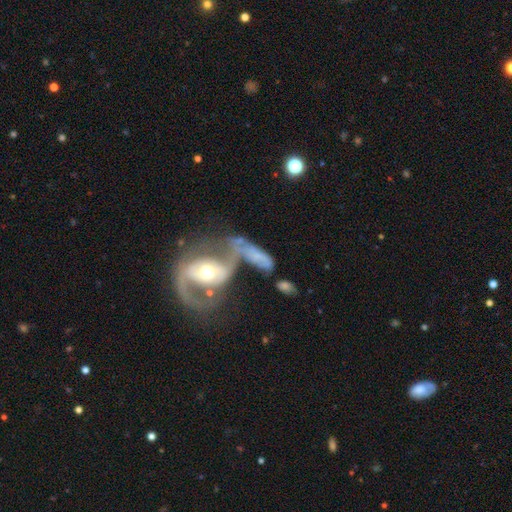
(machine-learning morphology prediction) This is likely a featured or disk galaxy (68%). It is clearly not viewed edge-on (90%). Bar: possibly no (54%). Spiral arm pattern: likely yes (71%). Central bulge: likely moderate (62%). Merging: marginally merger (40%).